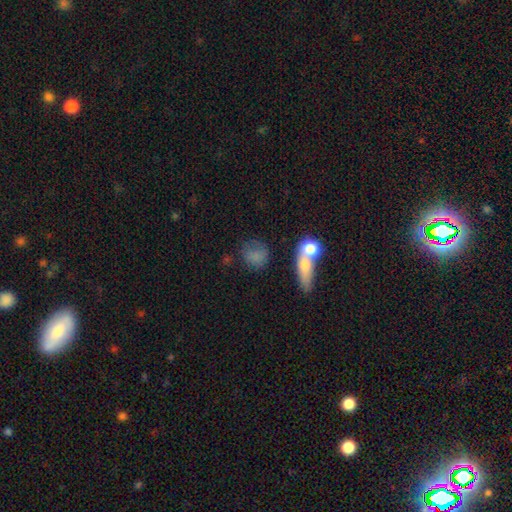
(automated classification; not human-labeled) Smooth or featured: smooth — 75% (featured or disk — 14%)
How rounded: round — 64% (in between — 31%)
Merging: none — 48% (merger — 22%)